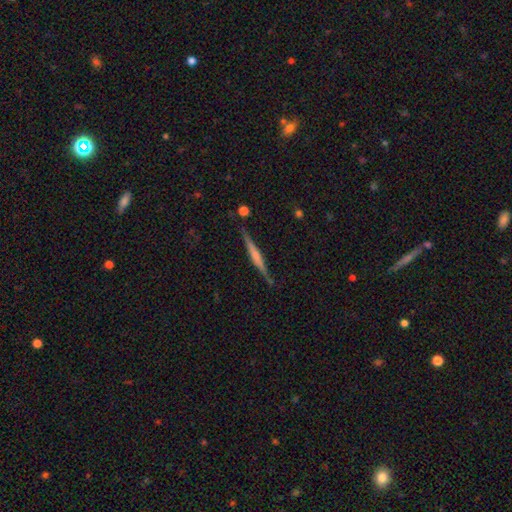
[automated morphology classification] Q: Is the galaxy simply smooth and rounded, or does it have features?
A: featured or disk — 64%.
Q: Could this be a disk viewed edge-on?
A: yes — 98%.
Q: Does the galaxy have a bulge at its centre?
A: rounded — 46%.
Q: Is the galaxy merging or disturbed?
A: none — 86%.